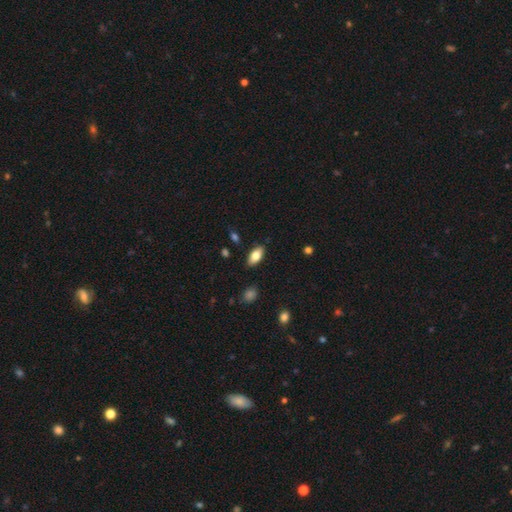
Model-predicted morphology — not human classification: smooth 76%, featured or disk 17%, star or artifact 7%. Down the decision tree: how rounded — in between (90%); merging — none (86%).